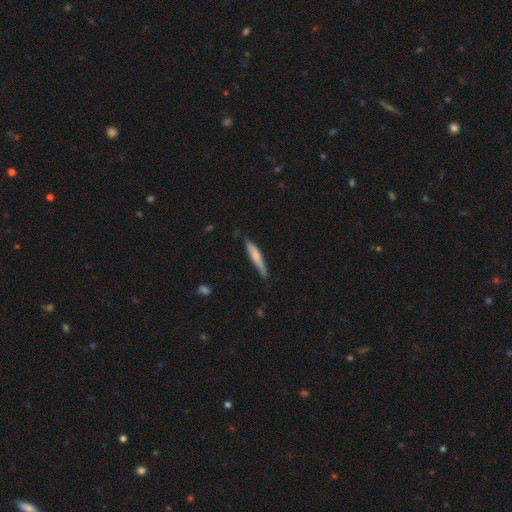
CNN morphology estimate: Q: Smooth or featured?
A: smooth (64%); runner-up: featured or disk (30%)
Q: How rounded?
A: cigar-shaped (91%); runner-up: in between (7%)
Q: Merging?
A: none (72%); runner-up: minor disturbance (22%)